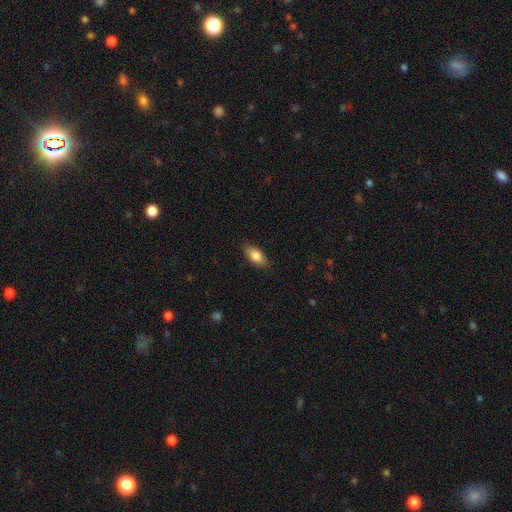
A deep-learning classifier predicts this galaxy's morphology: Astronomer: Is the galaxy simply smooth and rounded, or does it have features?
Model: smooth — 82%.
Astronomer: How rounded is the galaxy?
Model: in between — 85%.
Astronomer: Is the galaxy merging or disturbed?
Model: none — 85%.